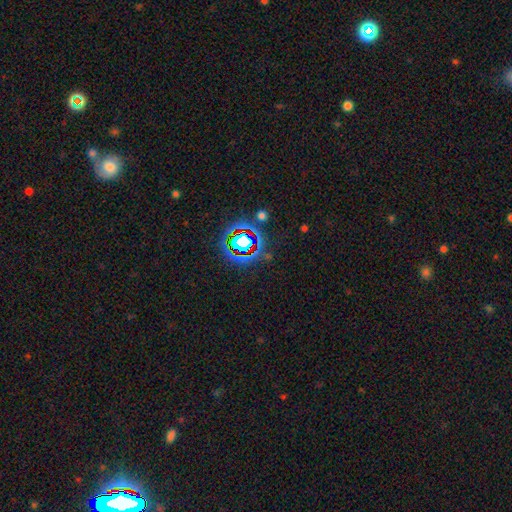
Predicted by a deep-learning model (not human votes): smooth_or_featured: star or artifact (p=0.75) [alt: smooth p=0.16]